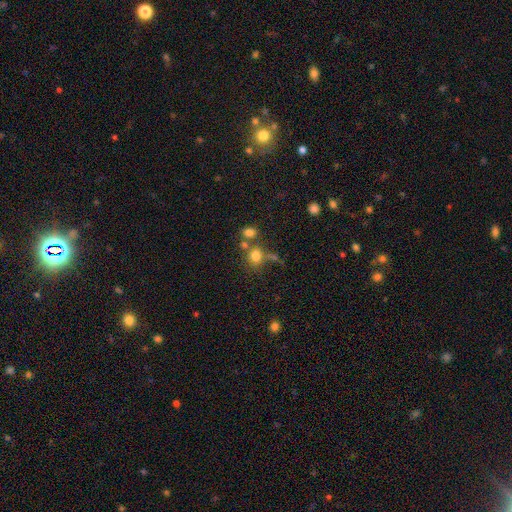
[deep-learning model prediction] Morphology: type=smooth (76%); roundness=round (74%); merging=none (52%).